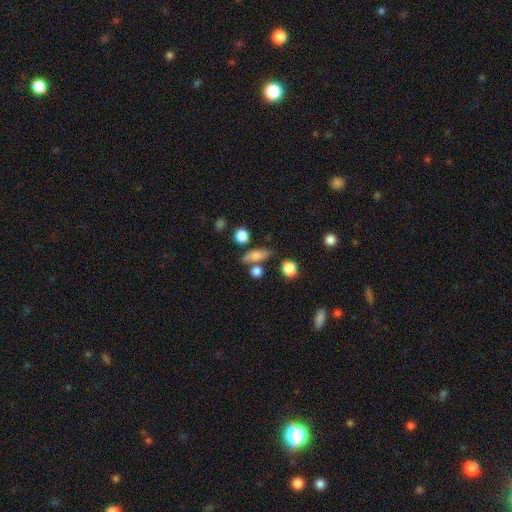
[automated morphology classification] type=smooth (75%); roundness=in between (60%); merging=none (66%).